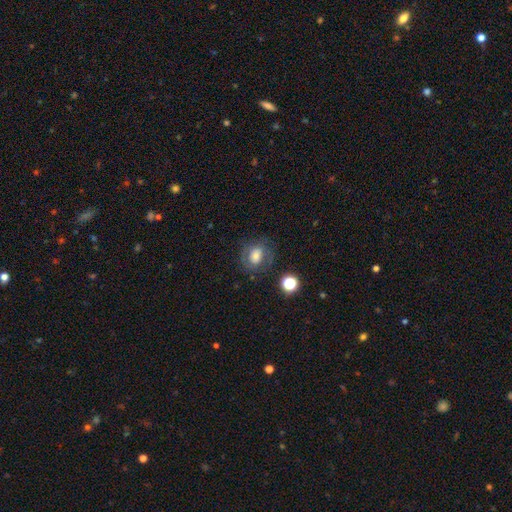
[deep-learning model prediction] The model was most divided on "how rounded": round: 55%, in between: 44%, cigar-shaped: 1%. More confident: merging — none (70%); smooth or featured — smooth (58%).